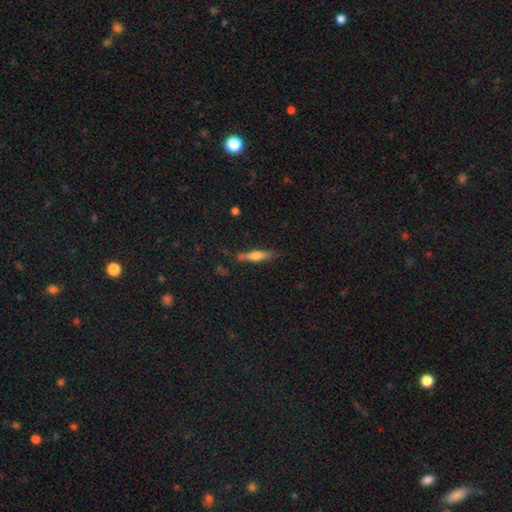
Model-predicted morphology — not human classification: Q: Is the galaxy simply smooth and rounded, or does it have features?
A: smooth — 52%.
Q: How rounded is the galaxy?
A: cigar-shaped — 78%.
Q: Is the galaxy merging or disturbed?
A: none — 73%.